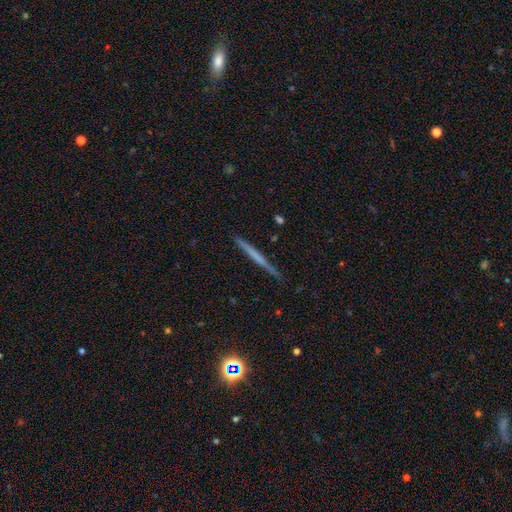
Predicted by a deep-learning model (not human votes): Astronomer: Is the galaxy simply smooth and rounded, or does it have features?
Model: featured or disk — 50% (runner-up: smooth, 43%).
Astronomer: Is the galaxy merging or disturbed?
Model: none — 89%.